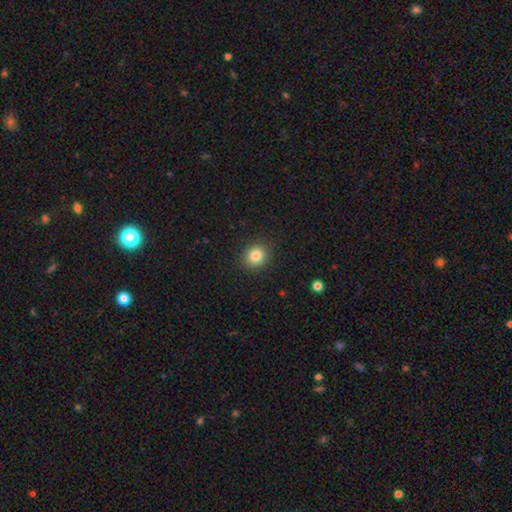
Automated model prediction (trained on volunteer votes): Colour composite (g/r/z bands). It shows a smooth galaxy with no disk features (84%) that is round (81%). Merging: none (90%).